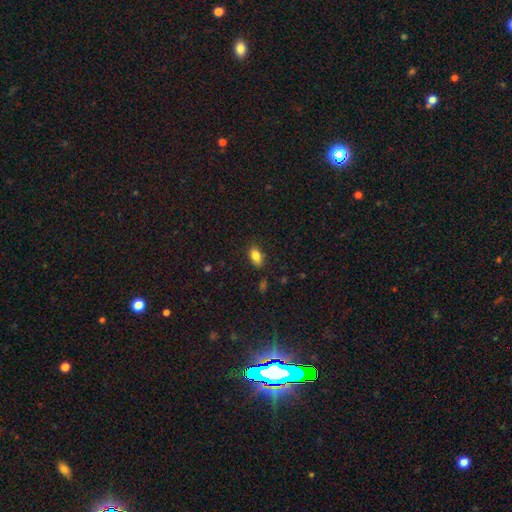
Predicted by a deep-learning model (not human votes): Morphology: type=smooth (85%); roundness=in between (89%); merging=none (82%).